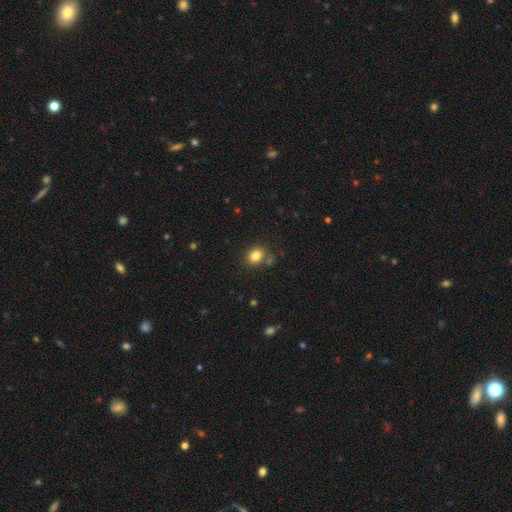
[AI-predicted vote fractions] A smooth galaxy with no disk features (82%) that is round (52%).

Vote fractions:
- Smooth or featured? smooth: 82% / star or artifact: 11% / featured or disk: 7%
- How rounded? round: 52% / in between: 47% / cigar-shaped: 1%
- Merging? none: 72% / minor disturbance: 13% / merger: 11% / major disturbance: 4%